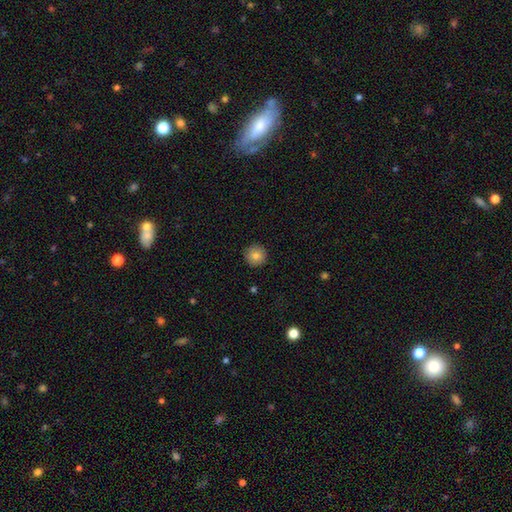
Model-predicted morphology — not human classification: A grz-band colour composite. It shows a smooth galaxy with no disk features (82%) that is round (96%). Merging: none (91%).